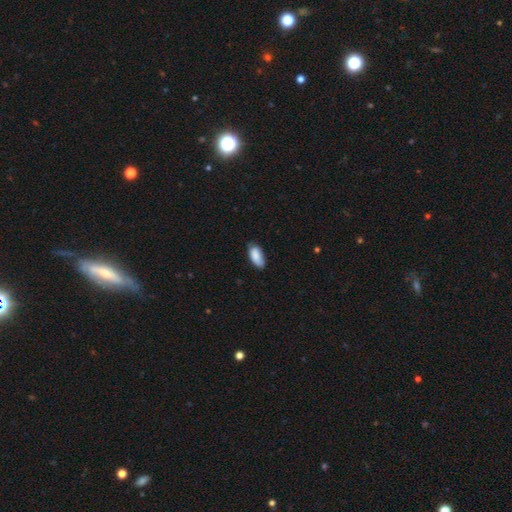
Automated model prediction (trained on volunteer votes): Q: Smooth or featured?
A: smooth (86%); runner-up: featured or disk (8%)
Q: How rounded?
A: in between (91%); runner-up: cigar-shaped (7%)
Q: Merging?
A: none (69%); runner-up: minor disturbance (27%)